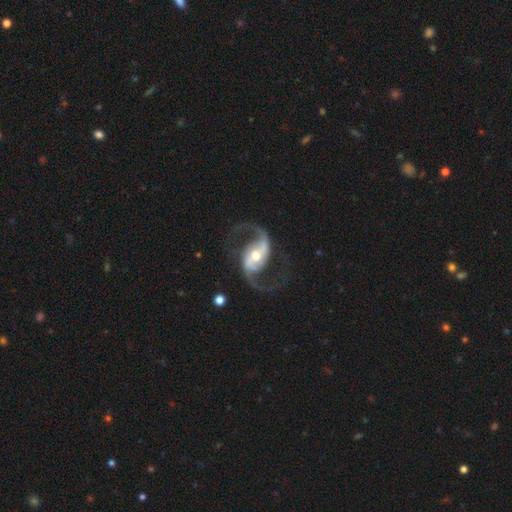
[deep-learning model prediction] Smooth or featured: featured or disk — 92% (smooth — 4%)
Edge-on disk: no — 97% (yes — 3%)
Bar: strong — 42% (weak — 34%)
Spiral arms: yes — 98% (no — 2%)
Spiral winding: loose — 62% (medium — 33%)
Spiral arm count: 2 — 94% (1 — 1%)
Bulge size: moderate — 64% (small — 26%)
Merging: none — 77% (minor disturbance — 11%)